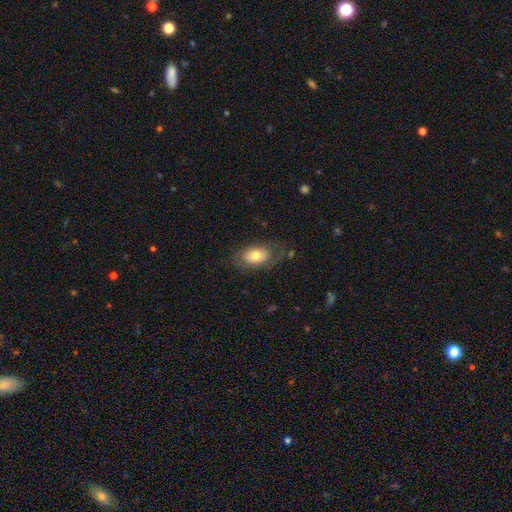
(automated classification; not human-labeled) Overall: smooth (70%). How rounded: in between (89%). Merging: none (67%).